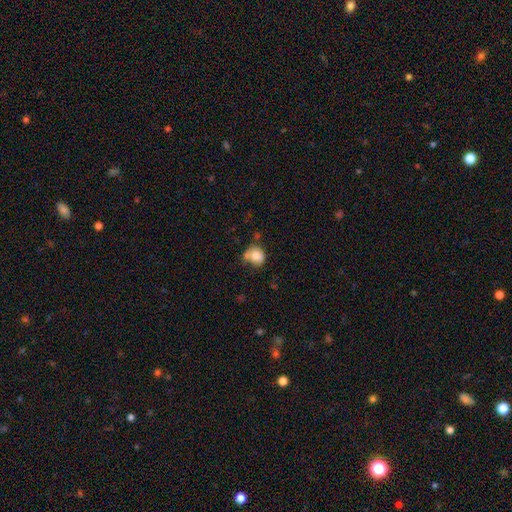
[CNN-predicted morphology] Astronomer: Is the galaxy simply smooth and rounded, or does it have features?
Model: smooth — 79%.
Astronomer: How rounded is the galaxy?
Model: round — 72%.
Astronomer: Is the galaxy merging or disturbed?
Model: none — 46% (runner-up: minor disturbance, 26%).